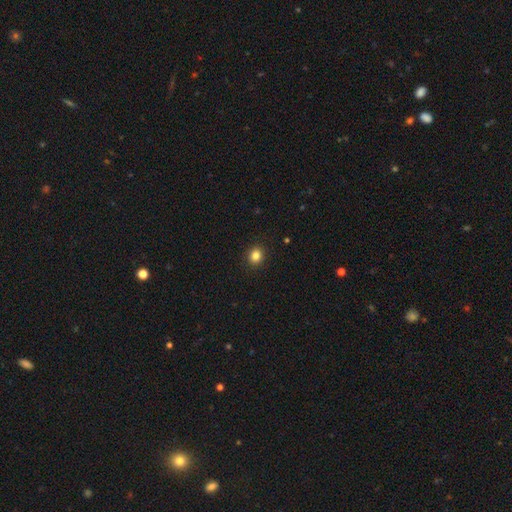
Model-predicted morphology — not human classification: This is clearly a smooth galaxy (84%). How rounded: likely round (80%). Merging: clearly none (92%).